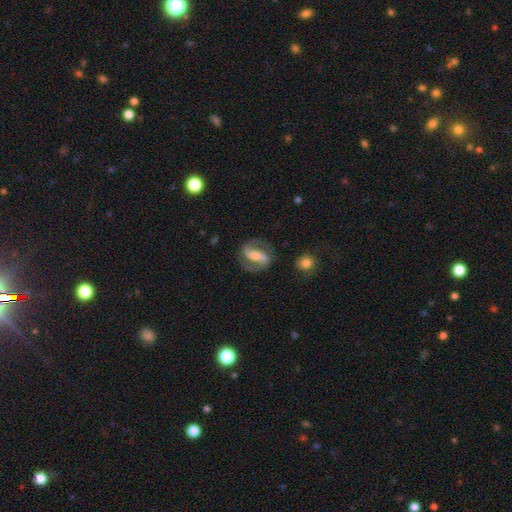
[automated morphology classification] Smooth or featured? featured or disk (84%)
Edge-on disk? no (96%)
Bar? strong (58%)
Spiral arms? yes (94%)
Spiral winding? medium (53%)
Spiral arm count? 2 (92%)
Bulge size? moderate (45%)
Merging? none (81%)